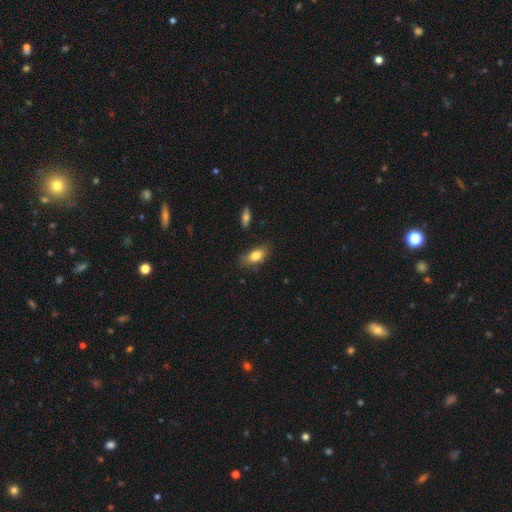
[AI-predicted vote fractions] Smooth or featured?
  - smooth: 78% *
  - featured or disk: 14%
  - star or artifact: 8%
How rounded?
  - in between: 84% *
  - cigar-shaped: 10%
  - round: 6%
Merging?
  - none: 74% *
  - minor disturbance: 20%
  - major disturbance: 4%
  - merger: 2%